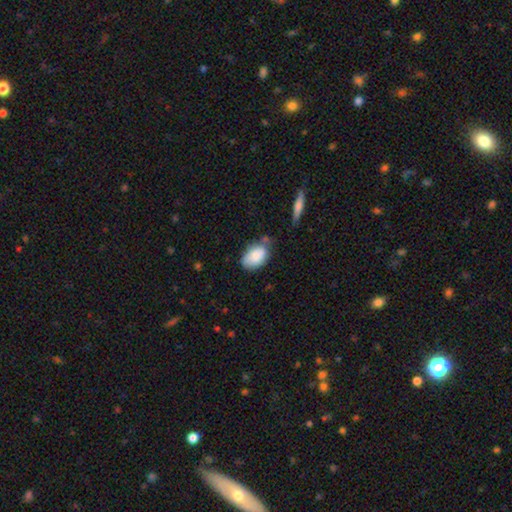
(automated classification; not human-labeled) Morphology: type=smooth (83%); roundness=in between (90%); merging=none (59%).